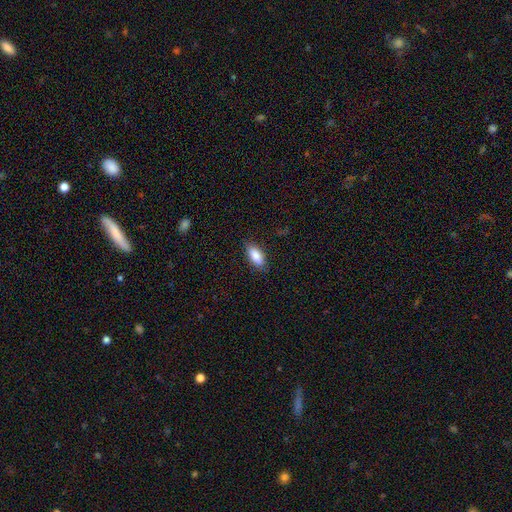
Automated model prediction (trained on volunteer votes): Smooth or featured?
  - smooth: 86% *
  - featured or disk: 8%
  - star or artifact: 7%
How rounded?
  - in between: 87% *
  - cigar-shaped: 11%
  - round: 2%
Merging?
  - none: 85% *
  - minor disturbance: 12%
  - major disturbance: 2%
  - merger: 1%